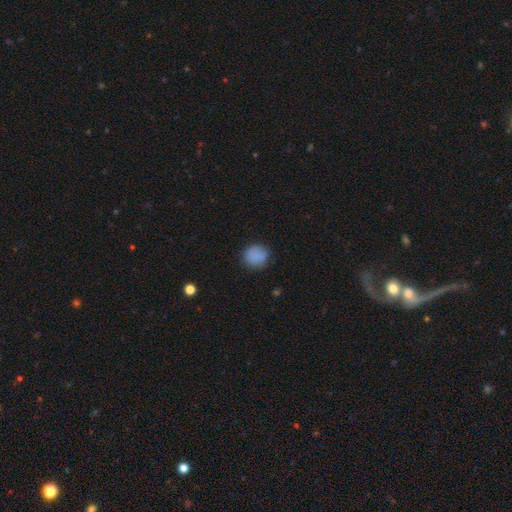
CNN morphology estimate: Smooth or featured?
  - smooth: 85% *
  - star or artifact: 9%
  - featured or disk: 5%
How rounded?
  - round: 84% *
  - in between: 15%
  - cigar-shaped: 1%
Merging?
  - none: 82% *
  - minor disturbance: 13%
  - major disturbance: 3%
  - merger: 1%